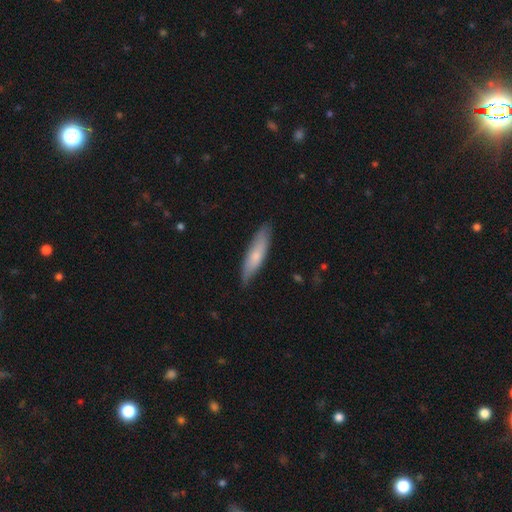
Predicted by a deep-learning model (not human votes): The model was most divided on "smooth or featured": smooth: 67%, featured or disk: 28%, star or artifact: 6%. More confident: merging — none (80%); how rounded — cigar-shaped (73%).